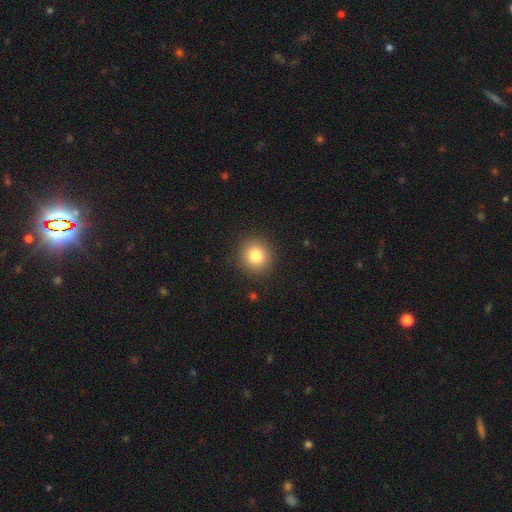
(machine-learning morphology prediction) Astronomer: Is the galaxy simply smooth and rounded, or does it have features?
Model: smooth — 82%.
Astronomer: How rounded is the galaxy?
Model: round — 88%.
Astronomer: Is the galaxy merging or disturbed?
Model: none — 90%.